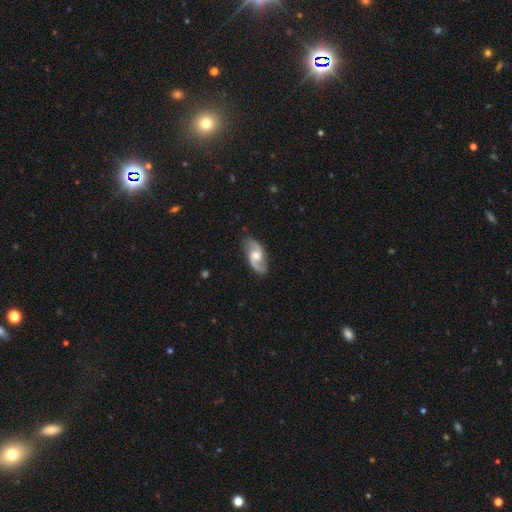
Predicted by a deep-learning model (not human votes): The model was most divided on "spiral winding": medium: 45%, loose: 43%, tight: 12%. Remaining: spiral arms — yes (96%); edge-on disk — no (96%); spiral arm count — 2 (93%); smooth or featured — featured or disk (86%); merging — none (83%); bulge size — moderate (63%); bar — no (48%).